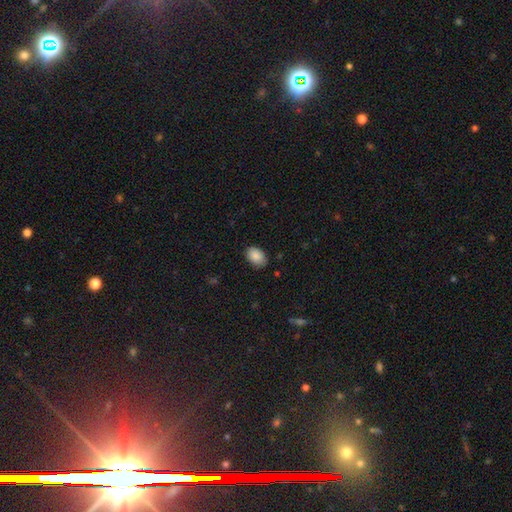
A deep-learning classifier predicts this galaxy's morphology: This is clearly a smooth galaxy (88%). How rounded: clearly in between (85%). Merging: clearly none (82%).